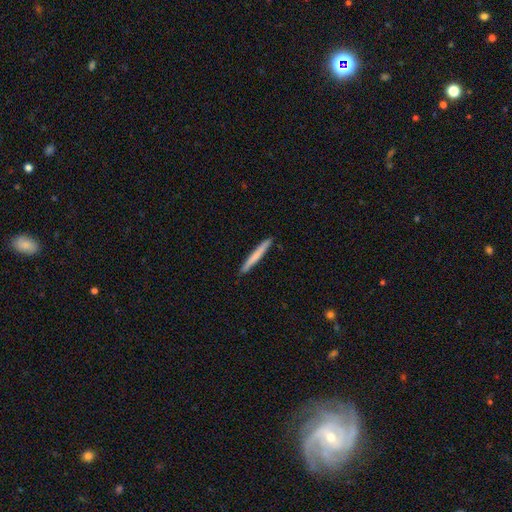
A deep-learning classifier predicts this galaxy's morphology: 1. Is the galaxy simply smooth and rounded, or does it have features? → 68% smooth, 27% featured or disk, 5% star or artifact.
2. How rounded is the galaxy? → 97% cigar-shaped, 2% in between, 1% round.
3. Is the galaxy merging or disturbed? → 92% none, 6% minor disturbance, 1% major disturbance, 1% merger.